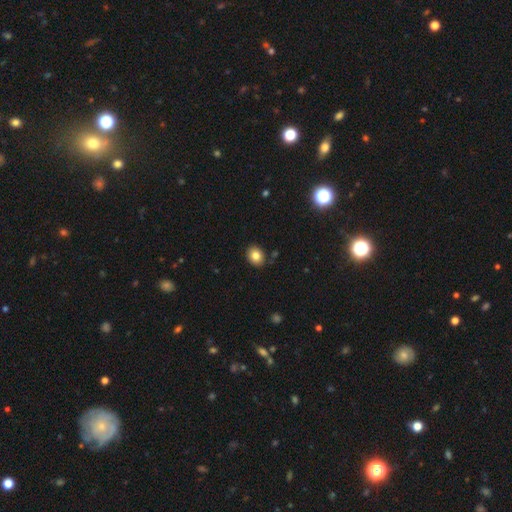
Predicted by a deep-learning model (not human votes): smooth 82%, star or artifact 10%, featured or disk 8%. Down the decision tree: how rounded — round (52%); merging — none (87%).